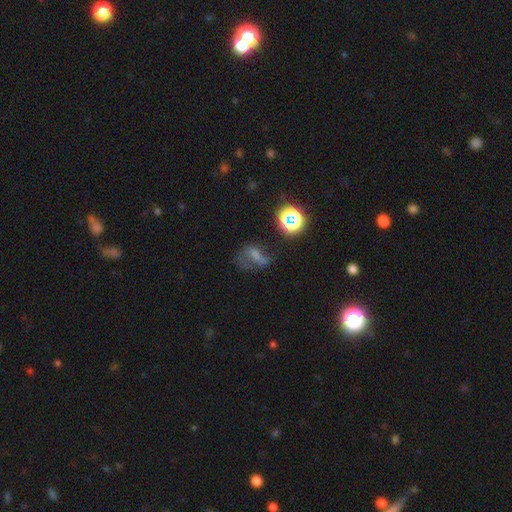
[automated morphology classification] Smooth or featured: smooth — 40% (featured or disk — 32%)
Merging: major disturbance — 35% (none — 34%)